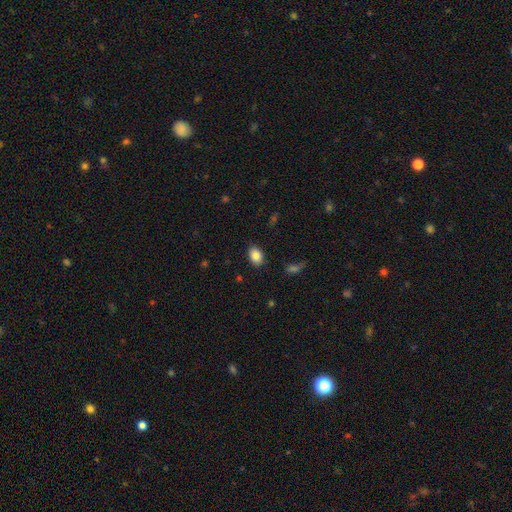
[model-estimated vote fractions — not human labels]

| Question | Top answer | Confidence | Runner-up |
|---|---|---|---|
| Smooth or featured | smooth | 87% | star or artifact (8%) |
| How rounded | in between | 81% | round (18%) |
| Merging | none | 87% | minor disturbance (10%) |